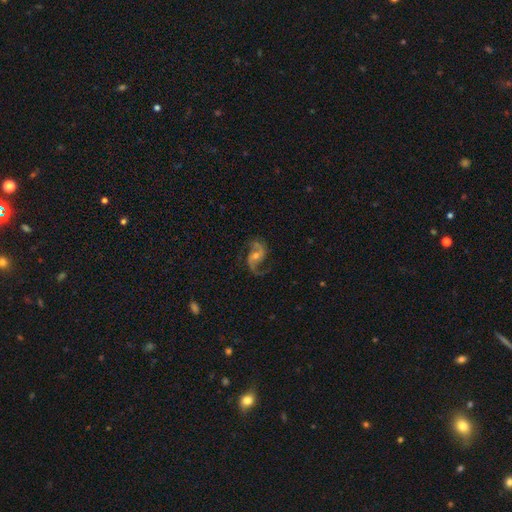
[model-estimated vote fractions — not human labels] This appears to be a featured or disk galaxy (91%) with no bar (48%), 2 (93%) medium (48%) spiral arms (98%) and a moderate central bulge (49%). Merging: none (77%).